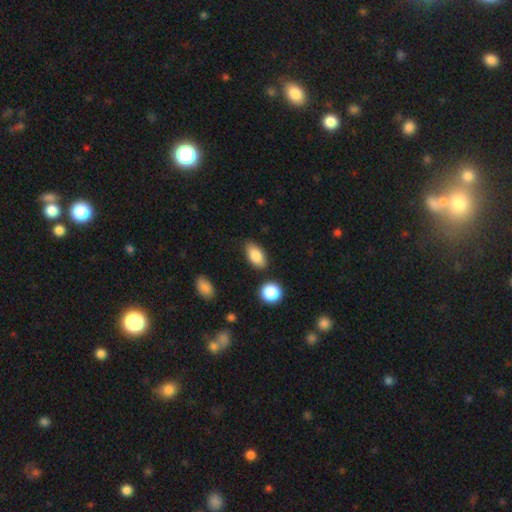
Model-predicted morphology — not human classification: smooth 84%, featured or disk 8%, star or artifact 7%. Down the decision tree: how rounded — in between (91%); merging — none (80%).